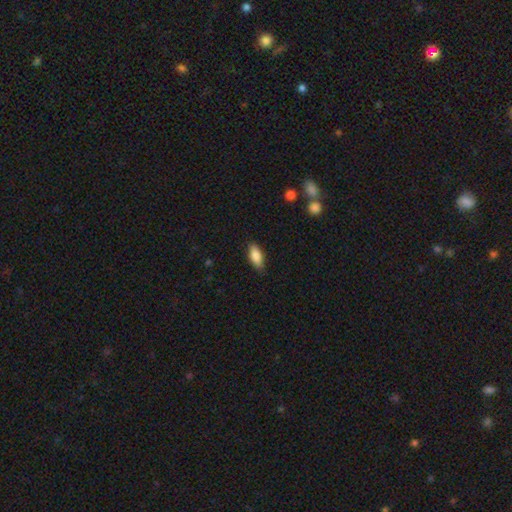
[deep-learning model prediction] This is clearly a smooth galaxy (84%). How rounded: likely in between (78%). Merging: clearly none (83%).